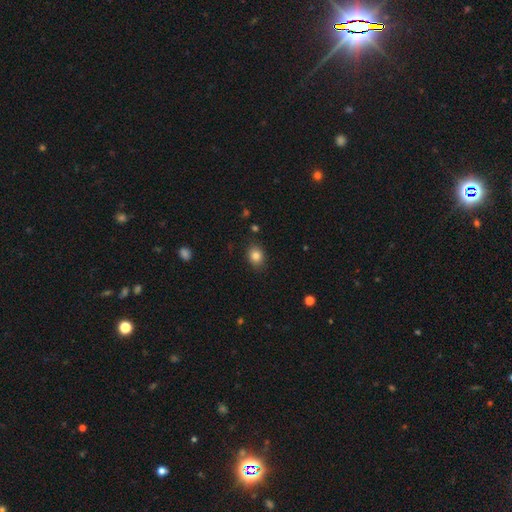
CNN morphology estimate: Smooth or featured?
  - smooth: 83% *
  - star or artifact: 10%
  - featured or disk: 6%
How rounded?
  - round: 51% *
  - in between: 48%
  - cigar-shaped: 1%
Merging?
  - none: 86% *
  - minor disturbance: 10%
  - major disturbance: 2%
  - merger: 1%